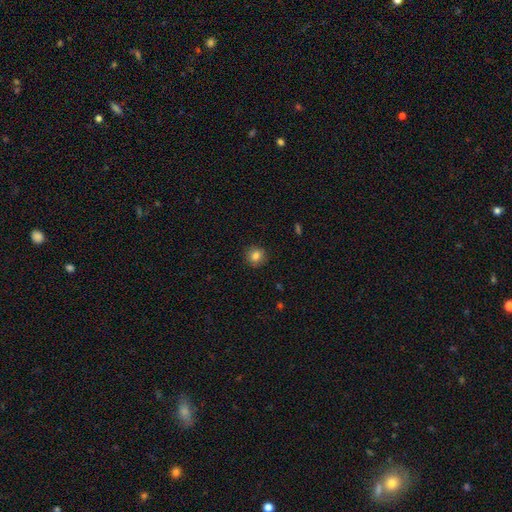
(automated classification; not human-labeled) A smooth galaxy with no disk features (83%) that is round (90%).

Vote fractions:
- Smooth or featured? smooth: 83% / star or artifact: 11% / featured or disk: 6%
- How rounded? round: 90% / in between: 9% / cigar-shaped: 1%
- Merging? none: 89% / minor disturbance: 8% / major disturbance: 2% / merger: 1%